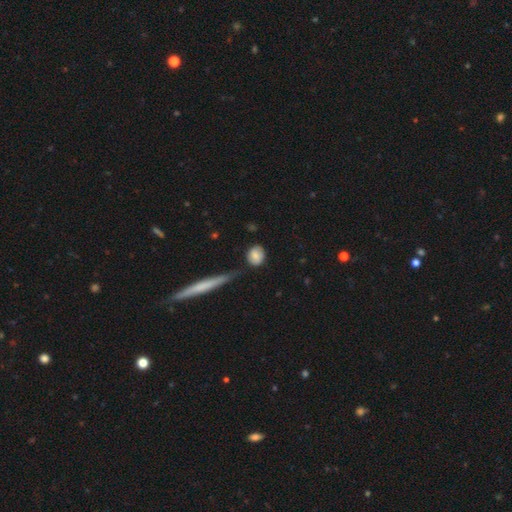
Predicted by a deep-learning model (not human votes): smooth_or_featured: smooth (p=0.81) [alt: featured or disk p=0.12]
how_rounded: round (p=0.61) [alt: in between p=0.34]
merging: none (p=0.73) [alt: minor disturbance p=0.17]